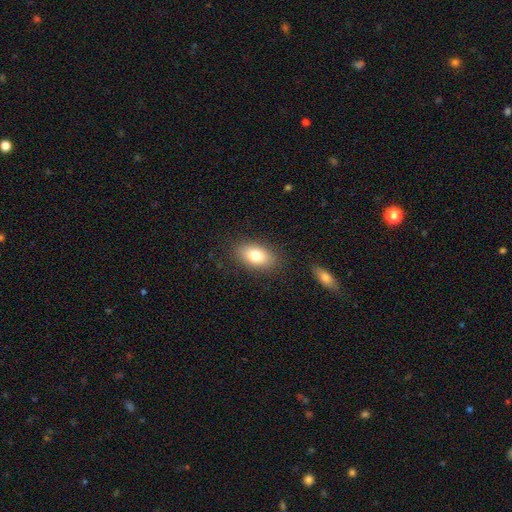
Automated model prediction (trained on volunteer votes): A smooth galaxy with no disk features (80%) that is in between round and cigar-shaped (89%).

Vote fractions:
- Smooth or featured? smooth: 80% / featured or disk: 12% / star or artifact: 8%
- How rounded? in between: 89% / round: 8% / cigar-shaped: 2%
- Merging? none: 85% / minor disturbance: 10% / major disturbance: 3% / merger: 2%